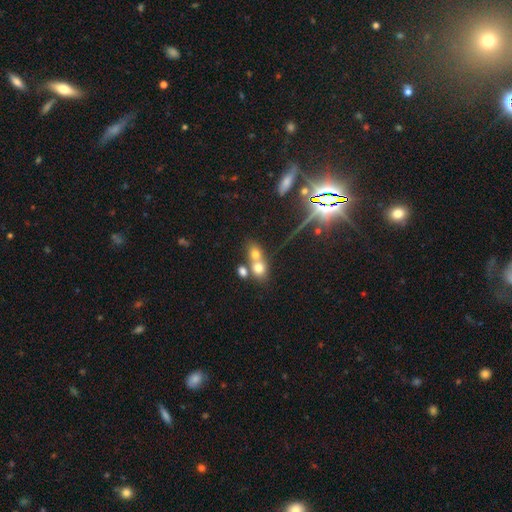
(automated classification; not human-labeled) The model was most divided on "how rounded": round: 55%, in between: 41%, cigar-shaped: 4%. More confident: merging — merger (61%); smooth or featured — smooth (53%).